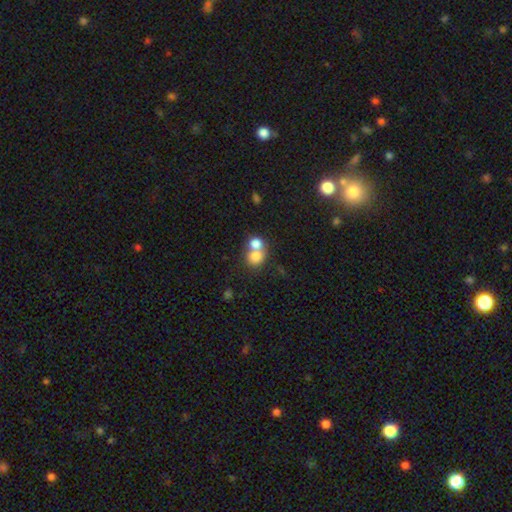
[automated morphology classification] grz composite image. It shows a smooth galaxy with no disk features (77%) that is round (68%). Merging: merger (64%).